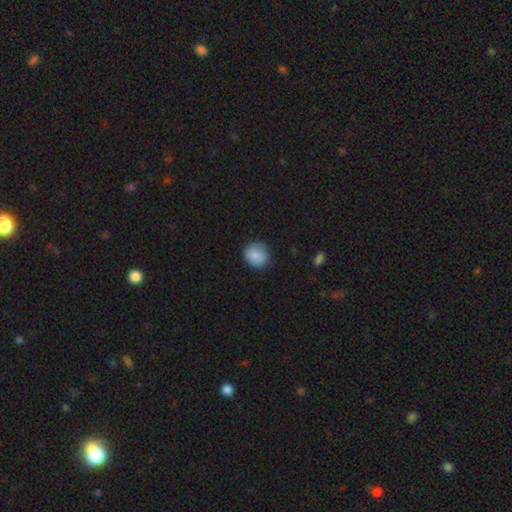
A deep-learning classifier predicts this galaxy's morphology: Q: Smooth or featured?
A: smooth (87%); runner-up: star or artifact (8%)
Q: How rounded?
A: round (78%); runner-up: in between (21%)
Q: Merging?
A: none (78%); runner-up: minor disturbance (18%)